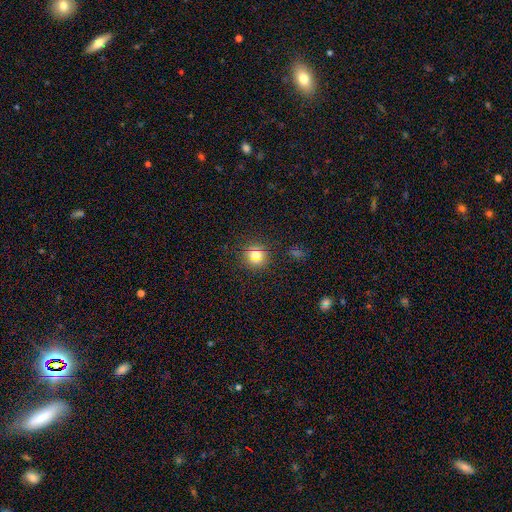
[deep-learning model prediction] Smooth or featured? Predicted: smooth (p=0.67). How rounded? Predicted: round (p=0.89). Merging? Predicted: none (p=0.88).